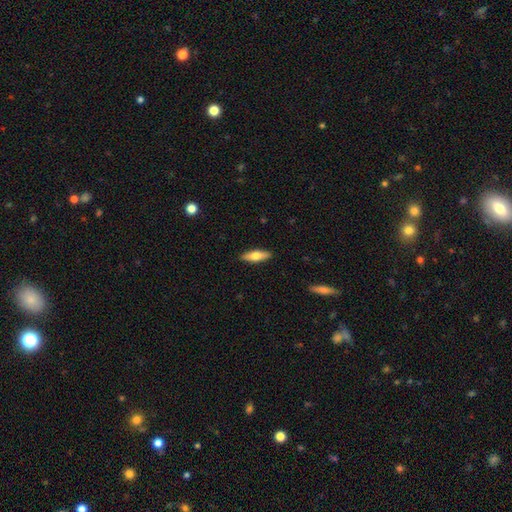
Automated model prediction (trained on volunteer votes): smooth-or-featured: smooth: 65% | featured or disk: 29% | star or artifact: 6%
  how-rounded: in between: 49% (tied) | cigar-shaped: 49% (tied) | round: 2%
  merging: none: 90% | minor disturbance: 7% | major disturbance: 2% | merger: 1%